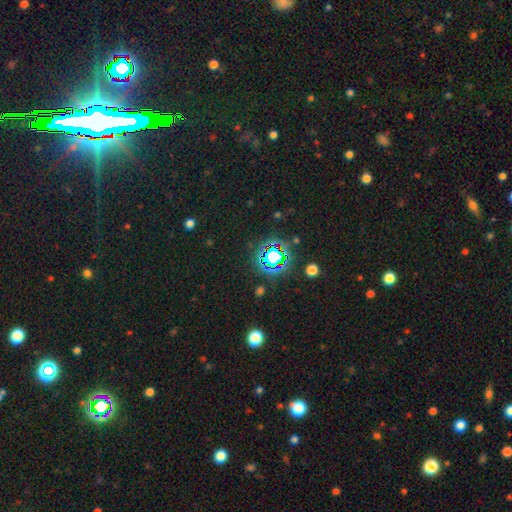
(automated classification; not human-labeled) This is clearly a star or artifact rather than a galaxy (81%).